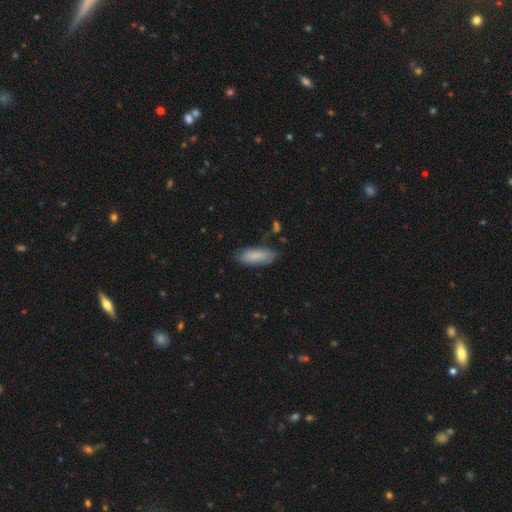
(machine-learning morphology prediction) This is clearly a smooth galaxy (84%). How rounded: likely in between (73%). Merging: likely none (77%).